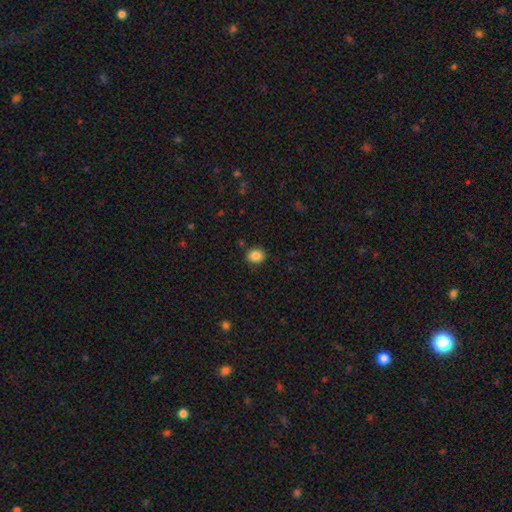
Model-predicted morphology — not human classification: This appears to be a smooth galaxy with no disk features (86%) that is round (64%). Merging: none (88%).